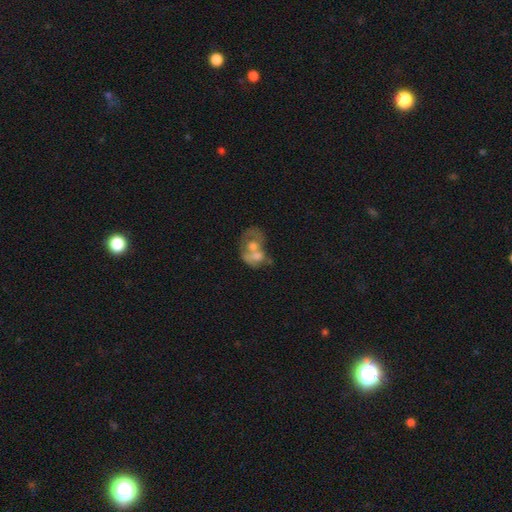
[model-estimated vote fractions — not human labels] A featured or disk galaxy (49%). Merging: merger (64%).